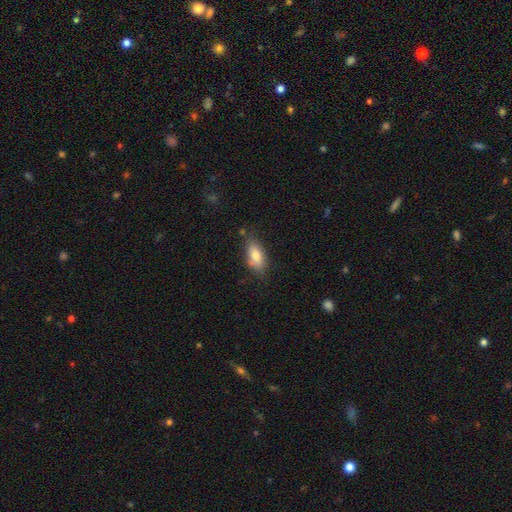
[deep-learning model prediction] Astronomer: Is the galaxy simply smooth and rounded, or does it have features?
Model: smooth — 79%.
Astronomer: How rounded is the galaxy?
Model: in between — 87%.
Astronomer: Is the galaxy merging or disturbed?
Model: none — 71%.